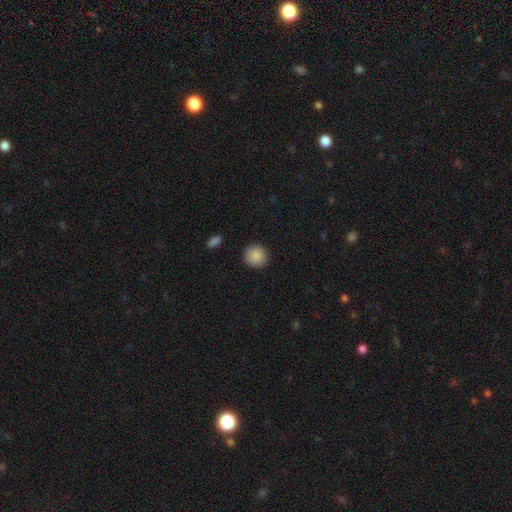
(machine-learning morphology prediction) Smooth or featured? smooth (89%)
How rounded? round (93%)
Merging? none (91%)